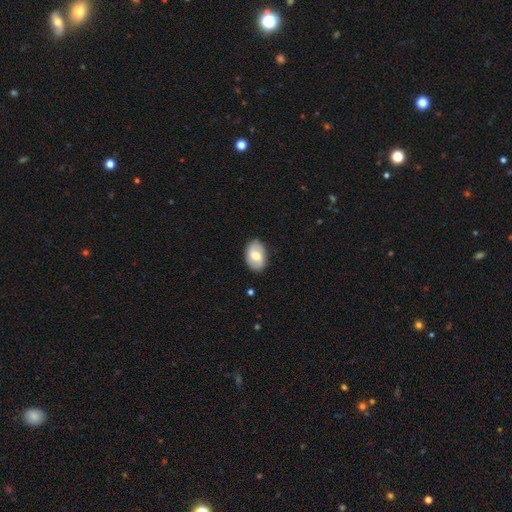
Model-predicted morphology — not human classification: A smooth galaxy with no disk features (62%) that is in between round and cigar-shaped (87%). Merging: none (85%).